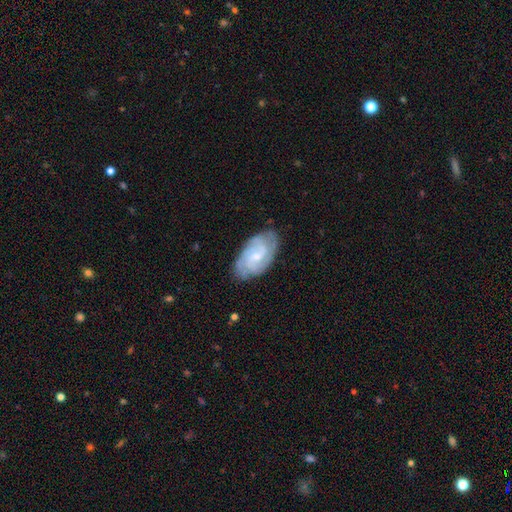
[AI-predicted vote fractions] featured or disk 79%, smooth 15%, star or artifact 6%. Down the decision tree: edge-on disk — no (97%); bar — no (47%); spiral arms — yes (95%); spiral arm count — can't tell (28%); spiral winding — tight (57%); bulge size — small (63%); merging — none (76%).